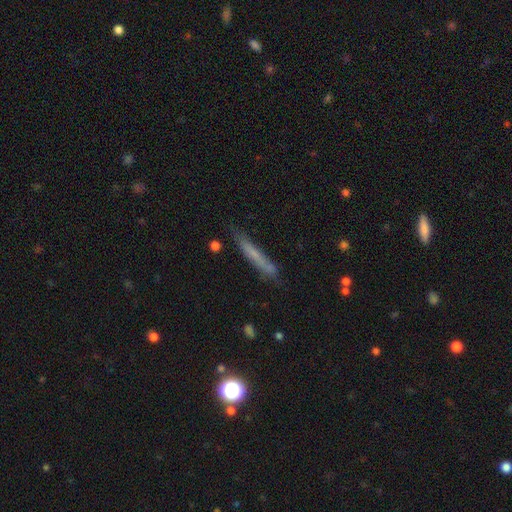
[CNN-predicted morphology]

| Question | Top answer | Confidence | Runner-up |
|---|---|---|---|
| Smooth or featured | smooth | 58% | featured or disk (33%) |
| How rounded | cigar-shaped | 95% | in between (4%) |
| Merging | none | 76% | minor disturbance (17%) |